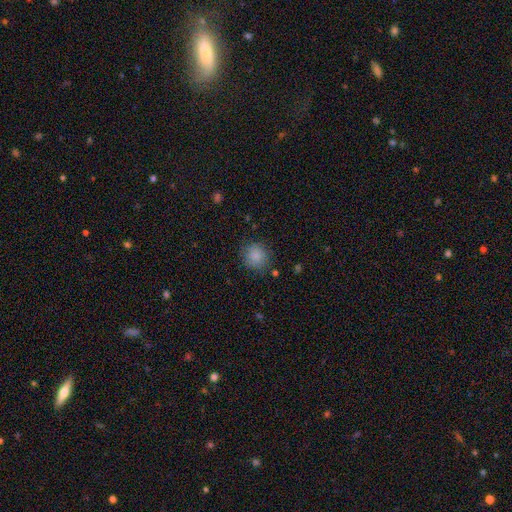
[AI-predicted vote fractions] Smooth or featured?
  - smooth: 86% *
  - star or artifact: 9%
  - featured or disk: 5%
How rounded?
  - round: 89% *
  - in between: 10%
  - cigar-shaped: 1%
Merging?
  - none: 83% *
  - minor disturbance: 12%
  - major disturbance: 3%
  - merger: 1%